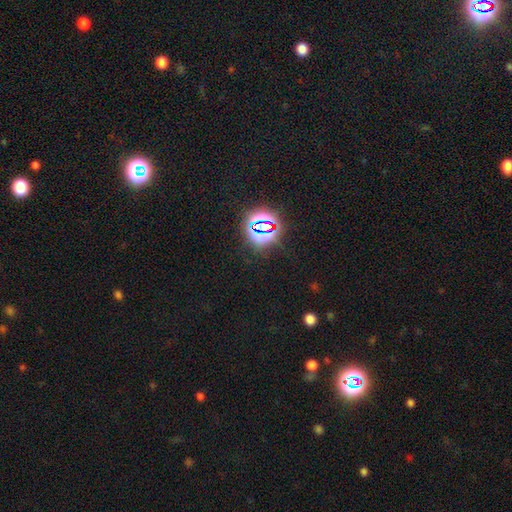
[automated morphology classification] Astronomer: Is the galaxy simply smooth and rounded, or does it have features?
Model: star or artifact — 78%.